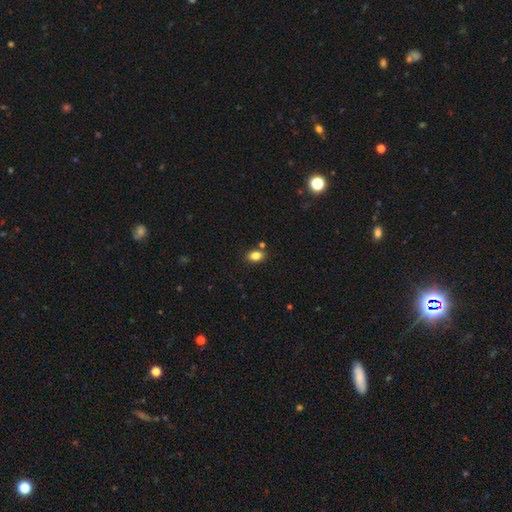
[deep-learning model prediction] Overall: smooth (83%). How rounded: in between (82%). Merging: none (77%).